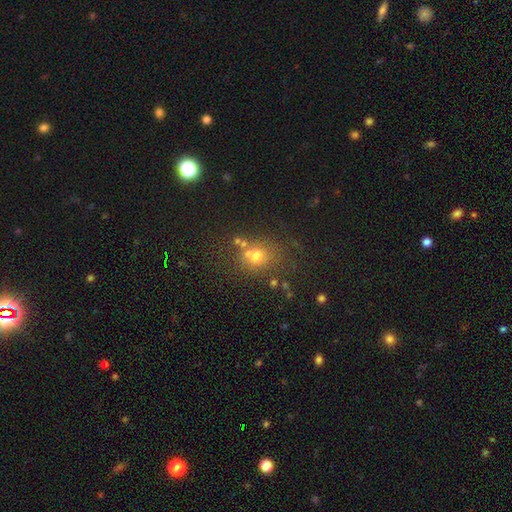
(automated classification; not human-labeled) This appears to be a smooth galaxy with no disk features (64%) that is round (70%). Merging: none (61%).